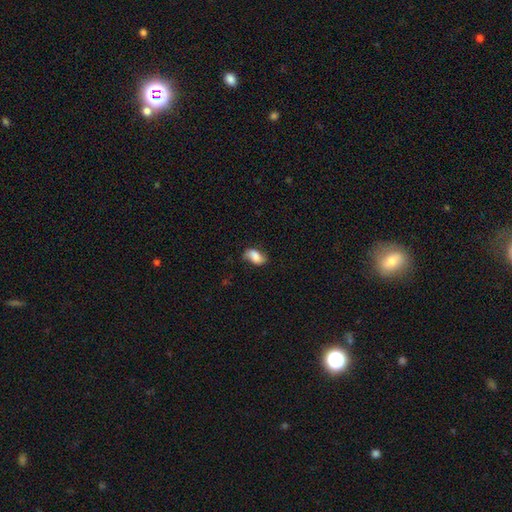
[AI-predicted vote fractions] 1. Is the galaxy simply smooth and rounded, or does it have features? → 70% smooth, 21% featured or disk, 9% star or artifact.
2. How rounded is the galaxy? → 90% in between, 7% round, 3% cigar-shaped.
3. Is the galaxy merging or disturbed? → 60% none, 28% minor disturbance, 10% major disturbance, 2% merger.